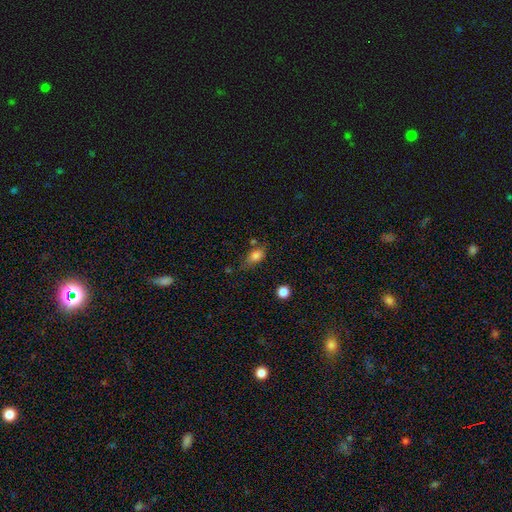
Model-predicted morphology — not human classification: Smooth or featured? Predicted: smooth (p=0.80). How rounded? Predicted: in between (p=0.80). Merging? Predicted: none (p=0.56).